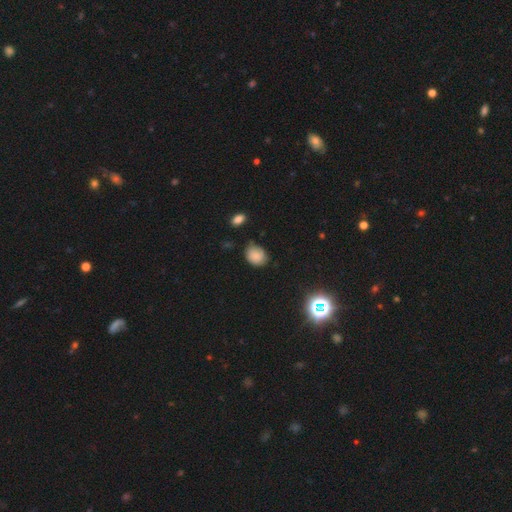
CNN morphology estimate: A smooth galaxy with no disk features (82%) that is round (50%). Merging: none (66%).